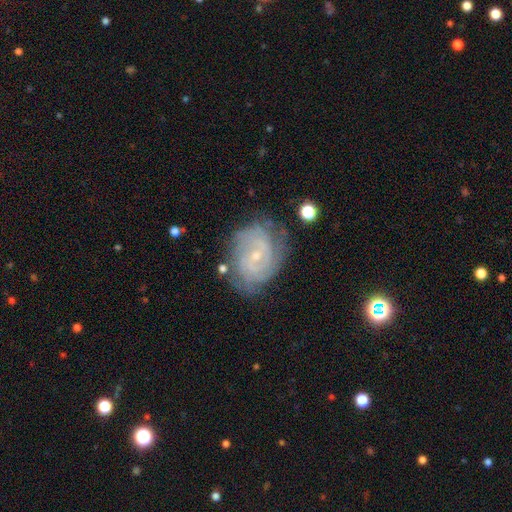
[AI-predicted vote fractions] Smooth or featured? Predicted: featured or disk (p=0.81). Edge-on disk? Predicted: no (p=0.97). Bar? Predicted: no (p=0.61). Spiral arms? Predicted: yes (p=0.94). Spiral winding? Predicted: tight (p=0.70). Spiral arm count? Predicted: can't tell (p=0.36). Bulge size? Predicted: small (p=0.80). Merging? Predicted: none (p=0.71).